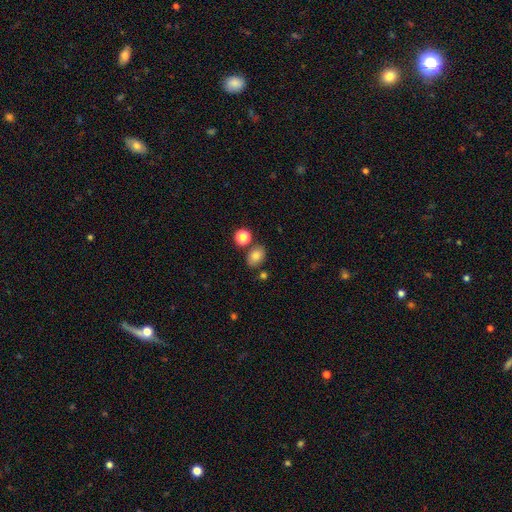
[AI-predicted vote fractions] smooth_or_featured: smooth (p=0.81) [alt: star or artifact p=0.11]
how_rounded: in between (p=0.69) [alt: round p=0.30]
merging: none (p=0.76) [alt: minor disturbance p=0.12]